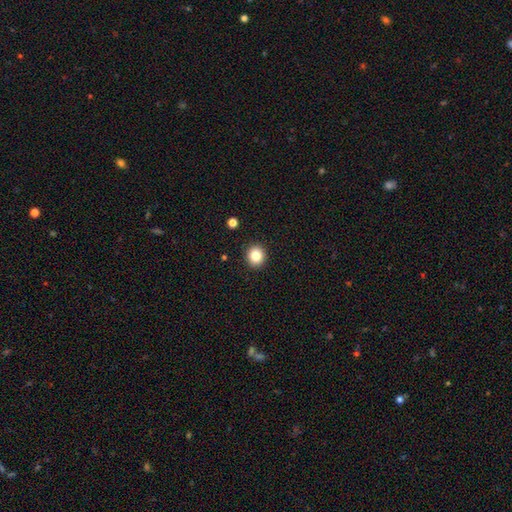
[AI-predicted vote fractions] Overall: smooth (84%). How rounded: round (84%). Merging: none (92%).